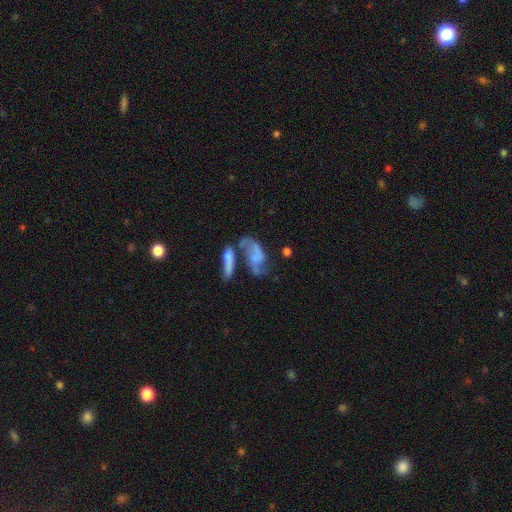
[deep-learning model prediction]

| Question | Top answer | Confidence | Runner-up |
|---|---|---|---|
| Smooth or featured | featured or disk | 52% | smooth (37%) |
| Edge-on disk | no | 91% | yes (9%) |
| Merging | merger | 39% | none (24%) |